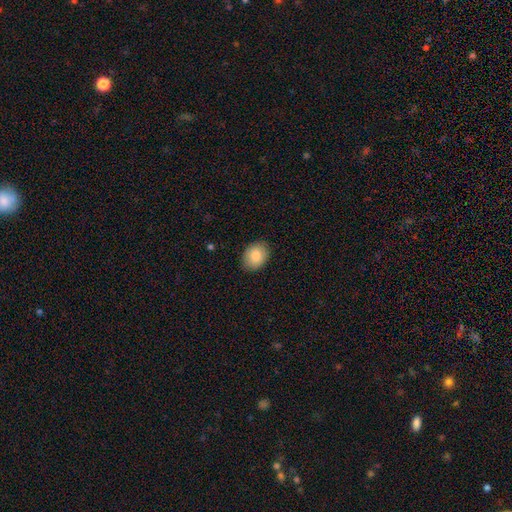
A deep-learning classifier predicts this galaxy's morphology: Smooth or featured: smooth — 84% (featured or disk — 8%)
How rounded: in between — 69% (round — 30%)
Merging: none — 88% (minor disturbance — 9%)